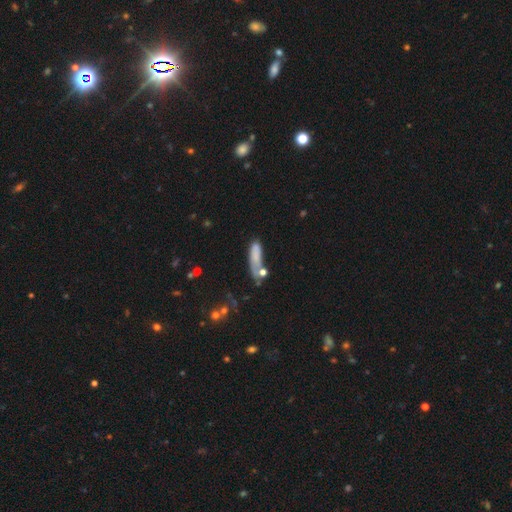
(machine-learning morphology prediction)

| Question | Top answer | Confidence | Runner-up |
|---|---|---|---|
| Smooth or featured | smooth | 69% | featured or disk (21%) |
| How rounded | cigar-shaped | 56% | in between (41%) |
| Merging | none | 38% | minor disturbance (26%) |